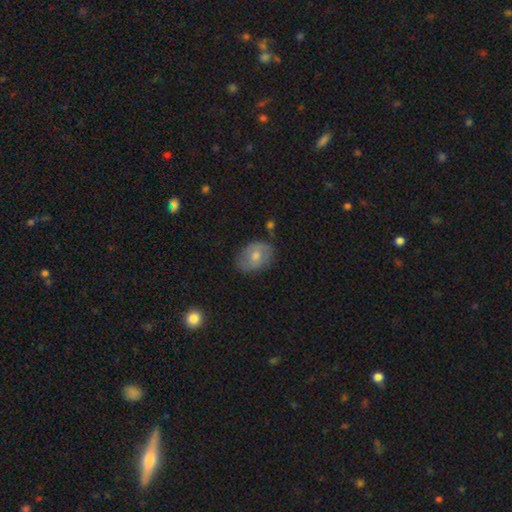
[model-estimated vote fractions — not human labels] This appears to be a smooth galaxy with no disk features (62%) that is in between round and cigar-shaped (74%). Merging: none (71%).